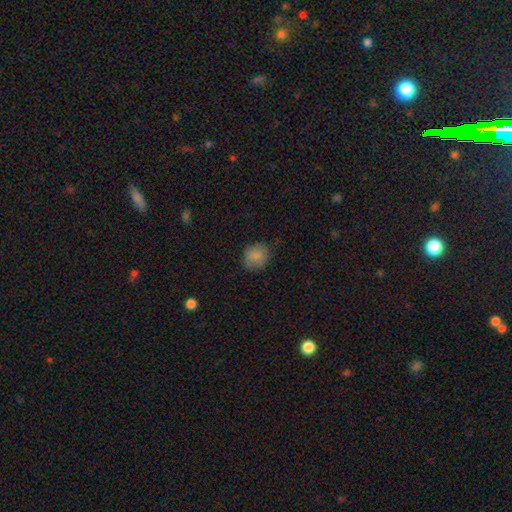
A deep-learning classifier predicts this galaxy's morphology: This is clearly a smooth galaxy (85%). How rounded: clearly round (82%). Merging: likely none (80%).